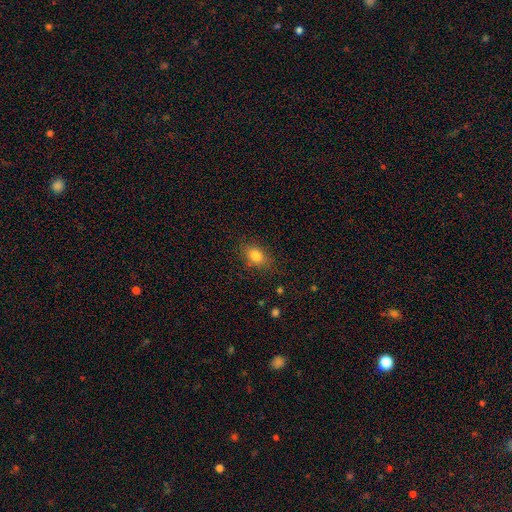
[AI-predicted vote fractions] Q: Smooth or featured?
A: smooth (82%); runner-up: star or artifact (10%)
Q: How rounded?
A: in between (78%); runner-up: round (20%)
Q: Merging?
A: none (82%); runner-up: minor disturbance (13%)